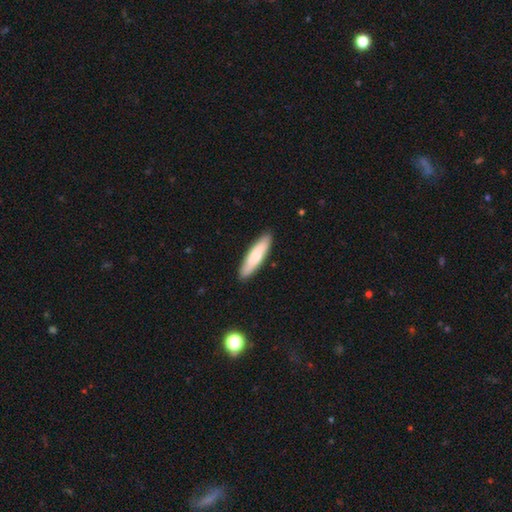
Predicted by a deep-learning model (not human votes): A smooth galaxy with no disk features (71%) that is cigar-shaped (75%). Merging: none (90%).